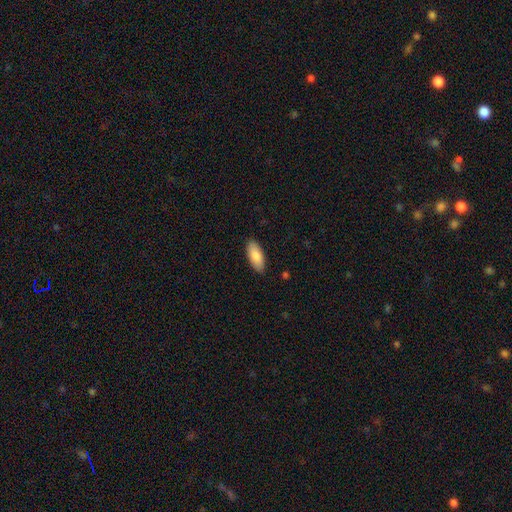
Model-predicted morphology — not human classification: Q: Smooth or featured?
A: smooth (85%); runner-up: featured or disk (9%)
Q: How rounded?
A: in between (84%); runner-up: cigar-shaped (14%)
Q: Merging?
A: none (88%); runner-up: minor disturbance (9%)